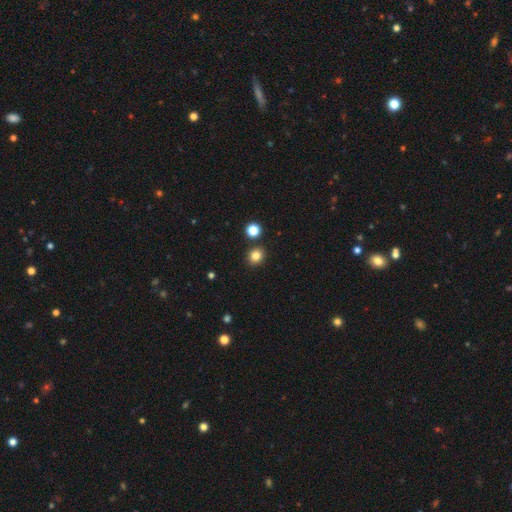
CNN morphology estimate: The model was most divided on "how rounded": round: 80%, in between: 19%, cigar-shaped: 1%. More confident: merging — none (86%); smooth or featured — smooth (82%).